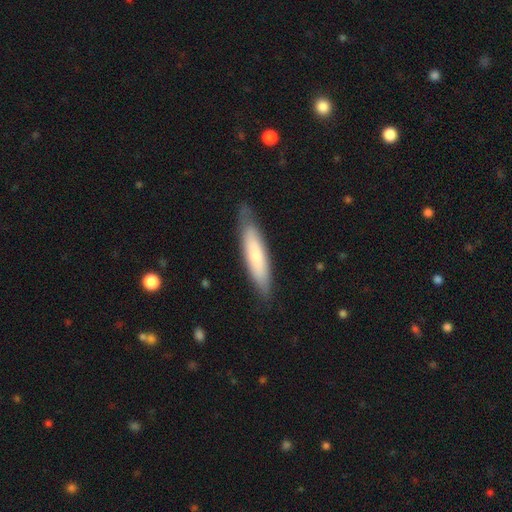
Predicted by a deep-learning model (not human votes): Overall: smooth (67%; featured or disk 27%). How rounded: cigar-shaped (75%). Merging: none (78%).